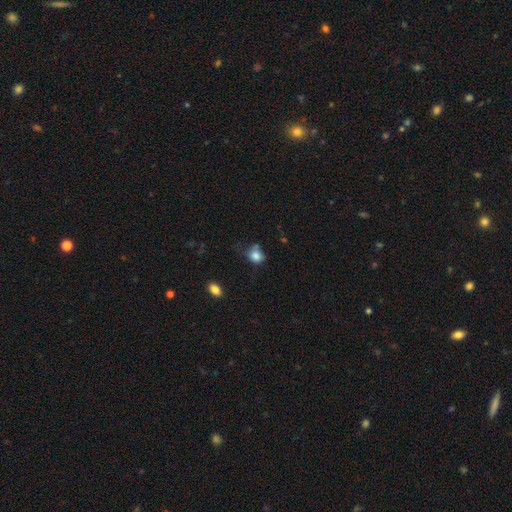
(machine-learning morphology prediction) This is clearly a smooth galaxy (82%). How rounded: likely round (62%). Merging: possibly none (51%).